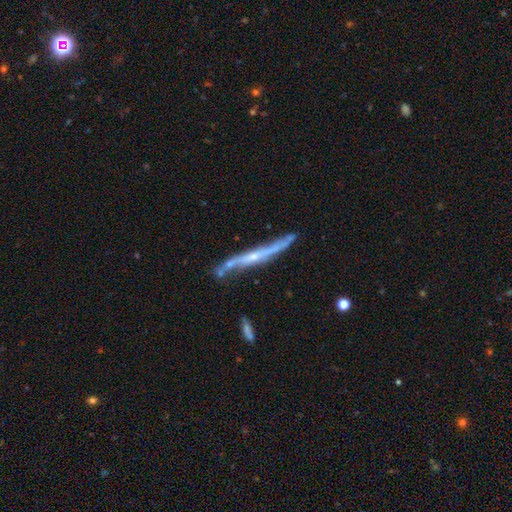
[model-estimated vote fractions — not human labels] A featured or disk galaxy (74%) viewed edge-on (90%) with a rounded central bulge (52%). Merging: none (67%).